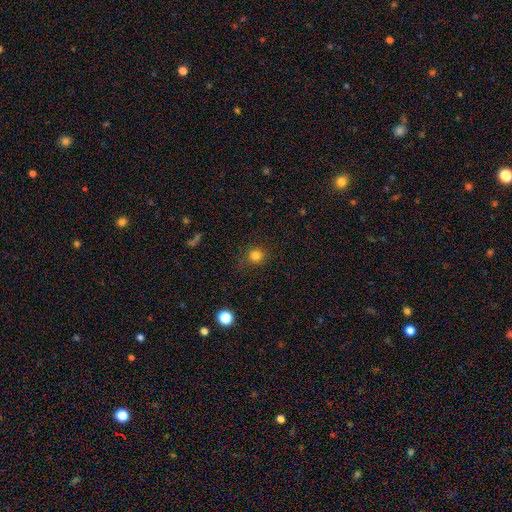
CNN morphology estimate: type=smooth (81%); roundness=round (90%); merging=none (84%).